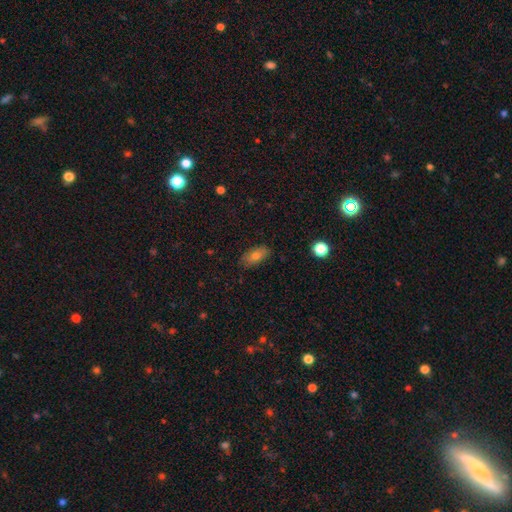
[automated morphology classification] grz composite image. It shows a smooth galaxy with no disk features (74%) that is in between round and cigar-shaped (86%). Merging: none (85%).